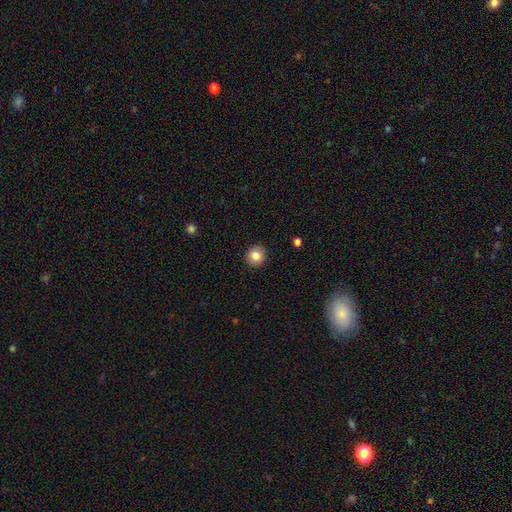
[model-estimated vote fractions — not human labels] smooth_or_featured: smooth (p=0.84) [alt: star or artifact p=0.09]
how_rounded: round (p=0.86) [alt: in between p=0.13]
merging: none (p=0.91) [alt: minor disturbance p=0.06]